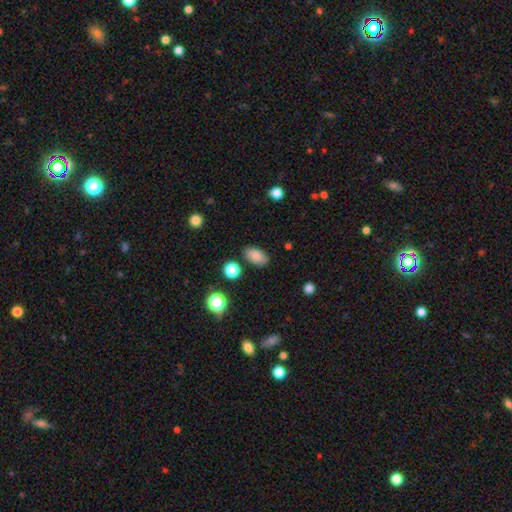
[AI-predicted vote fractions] smooth-or-featured: smooth: 85% | star or artifact: 10% | featured or disk: 6%
  how-rounded: in between: 90% | round: 8% | cigar-shaped: 2%
  merging: none: 85% | minor disturbance: 10% | major disturbance: 3% | merger: 2%